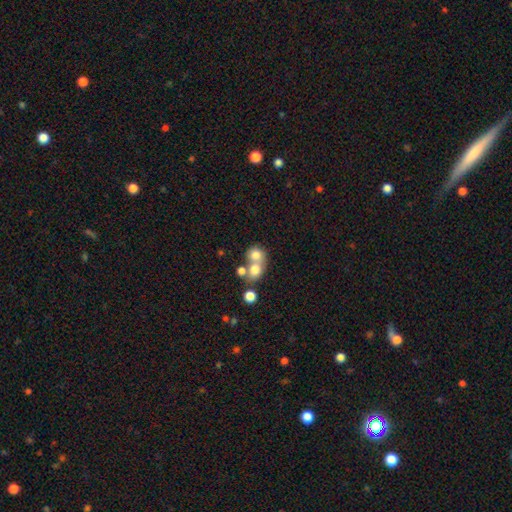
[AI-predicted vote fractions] Morphology: type=smooth (73%); roundness=round (73%); merging=merger (57%).